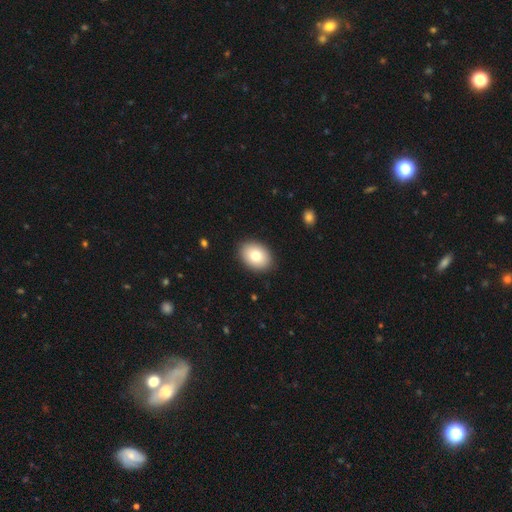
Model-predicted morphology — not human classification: type=smooth (79%); roundness=in between (70%); merging=none (90%).